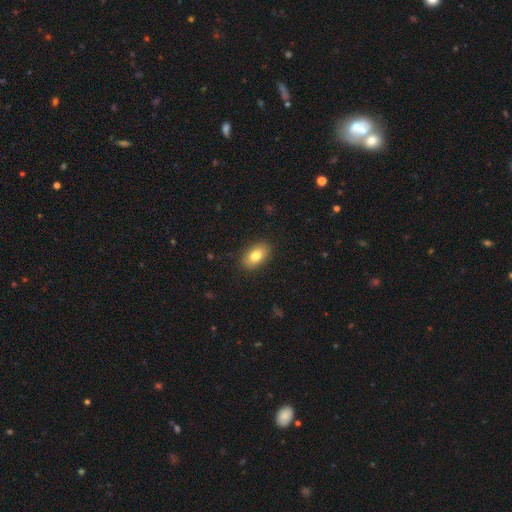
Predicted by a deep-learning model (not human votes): Smooth or featured? Predicted: smooth (p=0.81). How rounded? Predicted: in between (p=0.90). Merging? Predicted: none (p=0.88).